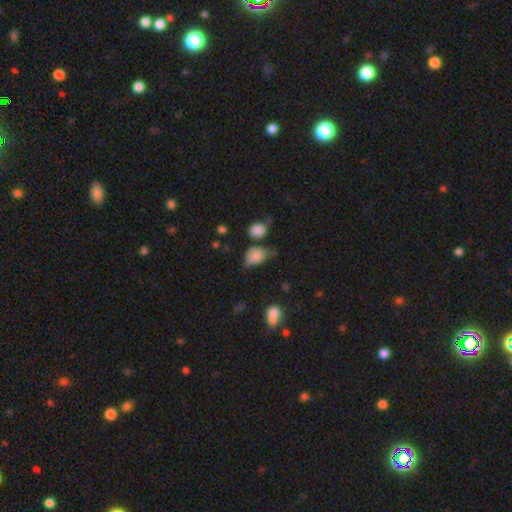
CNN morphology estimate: This appears to be a smooth galaxy with no disk features (80%) that is in between round and cigar-shaped (68%). Merging: none (38%).